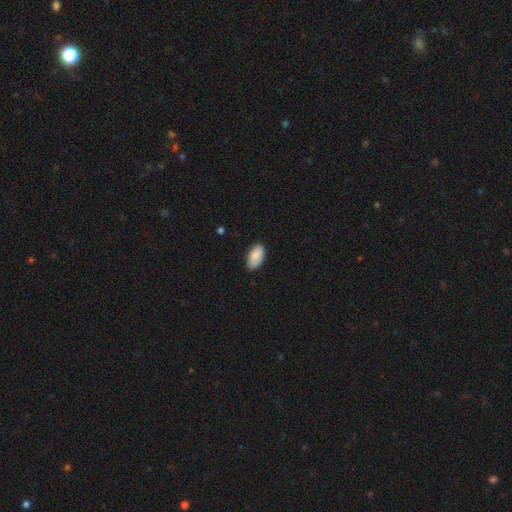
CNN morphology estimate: Smooth or featured? Predicted: smooth (p=0.88). How rounded? Predicted: in between (p=0.95). Merging? Predicted: none (p=0.84).